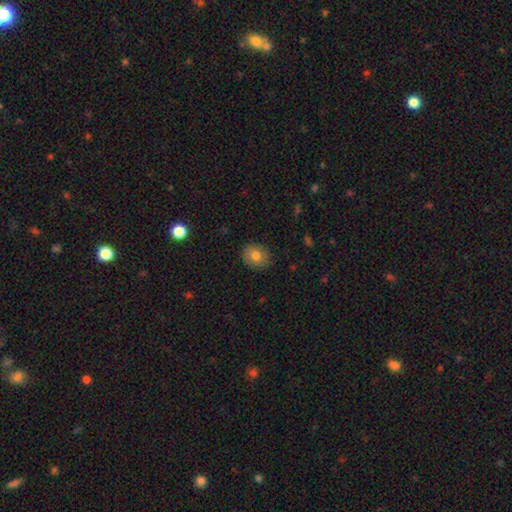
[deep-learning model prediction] This is likely a smooth galaxy (78%). How rounded: likely round (66%). Merging: clearly none (87%).